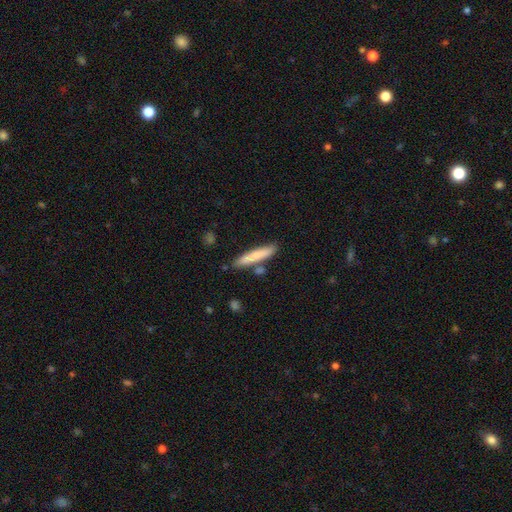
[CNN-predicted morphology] Smooth or featured: smooth — 74% (featured or disk — 20%)
How rounded: cigar-shaped — 90% (in between — 8%)
Merging: none — 77% (minor disturbance — 13%)